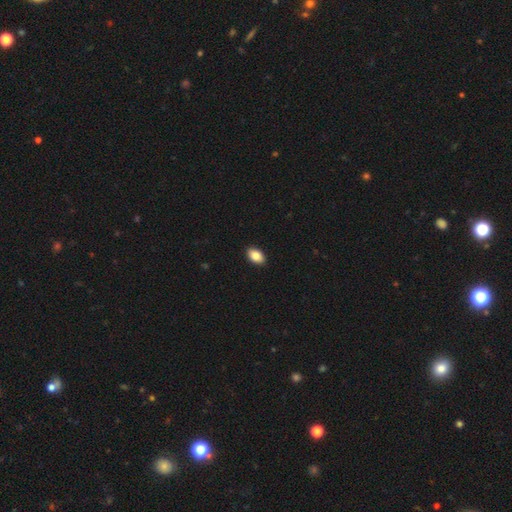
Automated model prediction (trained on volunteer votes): Q: Smooth or featured?
A: smooth (85%); runner-up: star or artifact (7%)
Q: How rounded?
A: in between (91%); runner-up: round (7%)
Q: Merging?
A: none (91%); runner-up: minor disturbance (6%)